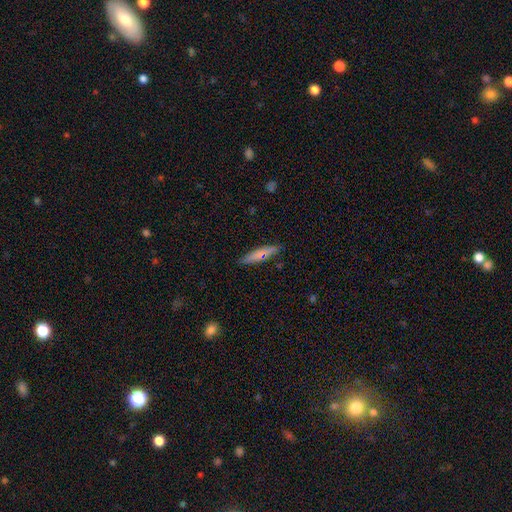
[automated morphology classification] smooth 58%, featured or disk 35%, star or artifact 7%. Down the decision tree: how rounded — cigar-shaped (90%); merging — none (88%).